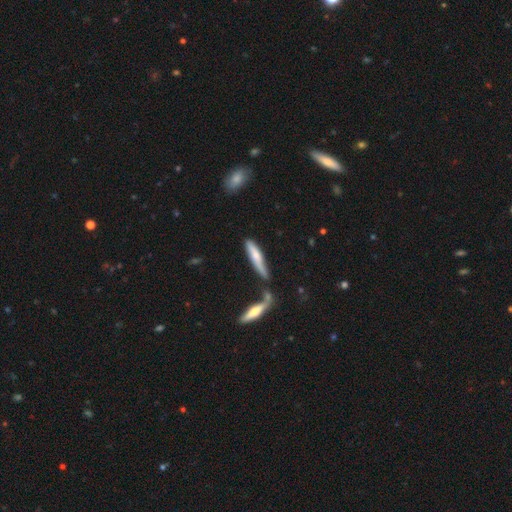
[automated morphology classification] smooth-or-featured: smooth: 59% | featured or disk: 35% | star or artifact: 6%
  how-rounded: cigar-shaped: 81% | in between: 17% | round: 2%
  merging: none: 45% | merger: 25% | minor disturbance: 21% | major disturbance: 9%